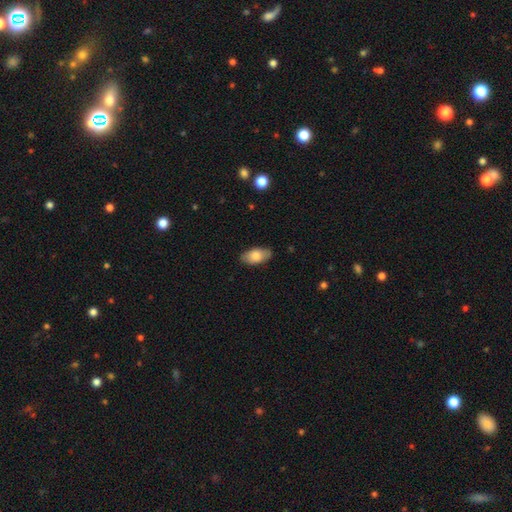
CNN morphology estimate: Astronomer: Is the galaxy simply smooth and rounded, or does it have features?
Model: smooth — 80%.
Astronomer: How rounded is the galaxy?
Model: in between — 93%.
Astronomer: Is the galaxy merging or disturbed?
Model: none — 83%.